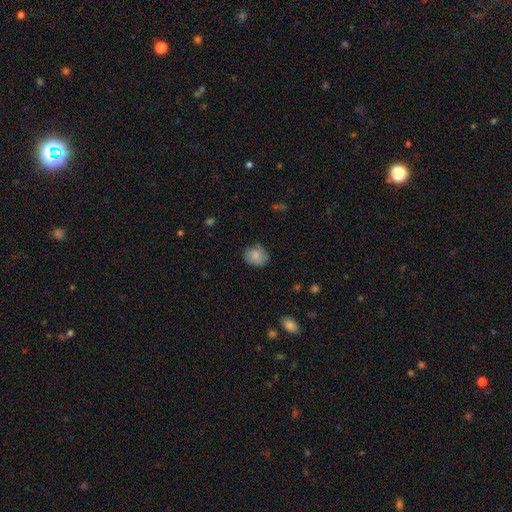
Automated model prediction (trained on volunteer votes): smooth 80%, featured or disk 12%, star or artifact 8%. Down the decision tree: how rounded — round (63%); merging — none (70%).